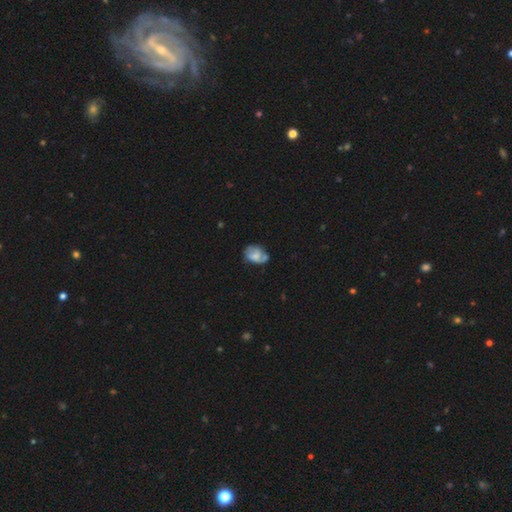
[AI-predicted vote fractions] smooth 51%, featured or disk 41%, star or artifact 9%. Down the decision tree: how rounded — in between (71%); merging — none (44%).